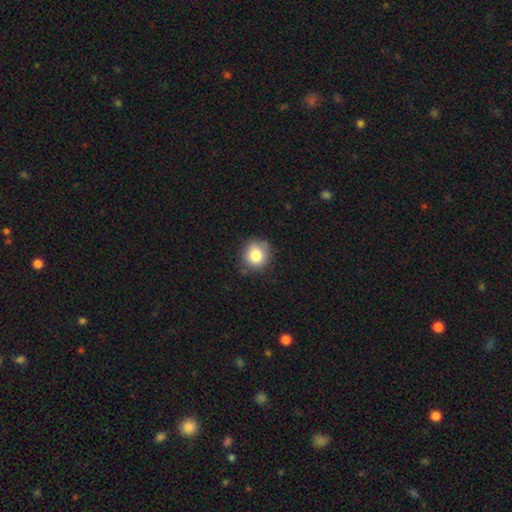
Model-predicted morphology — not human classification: This appears to be a smooth galaxy with no disk features (81%) that is round (91%). Merging: none (77%).